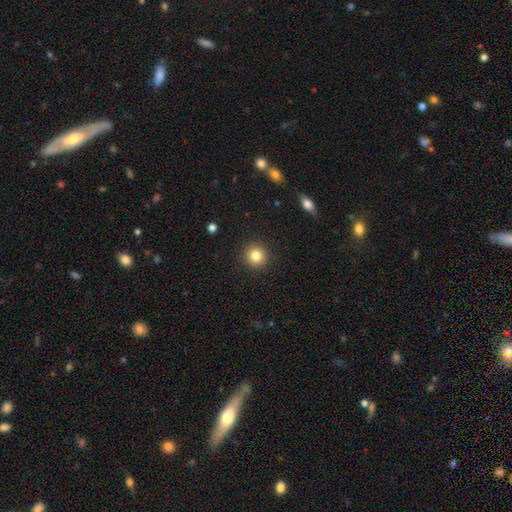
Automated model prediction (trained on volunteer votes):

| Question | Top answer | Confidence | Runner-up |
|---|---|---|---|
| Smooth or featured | smooth | 82% | star or artifact (11%) |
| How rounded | round | 94% | in between (5%) |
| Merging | none | 92% | minor disturbance (5%) |